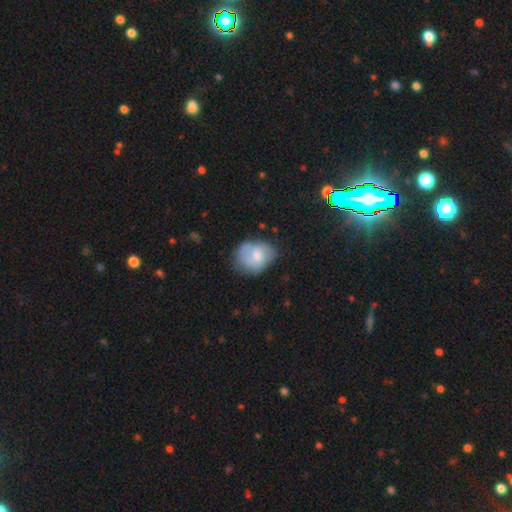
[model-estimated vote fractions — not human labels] This appears to be a smooth galaxy with no disk features (66%) that is in between round and cigar-shaped (55%). Merging: none (48%).